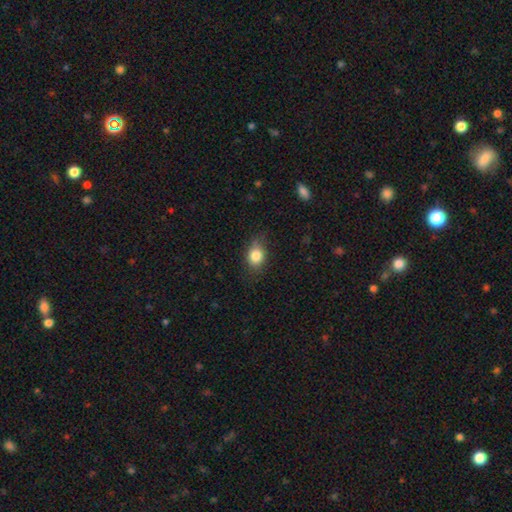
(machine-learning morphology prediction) A smooth galaxy with no disk features (83%) that is in between round and cigar-shaped (55%). Merging: none (70%).